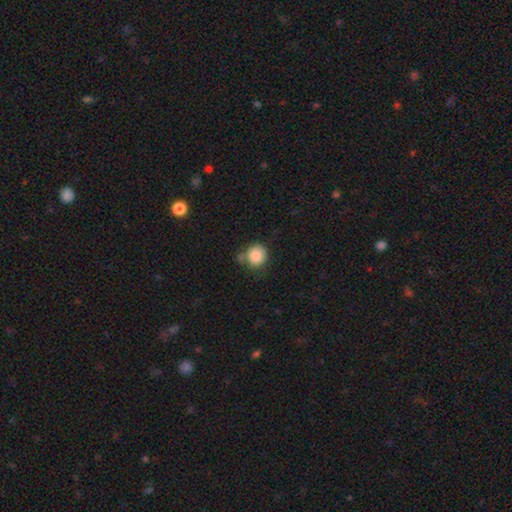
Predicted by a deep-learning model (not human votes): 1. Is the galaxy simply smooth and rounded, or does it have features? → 85% smooth, 9% star or artifact, 7% featured or disk.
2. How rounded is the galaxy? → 86% round, 13% in between, 1% cigar-shaped.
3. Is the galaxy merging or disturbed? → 64% none, 19% minor disturbance, 12% merger, 5% major disturbance.